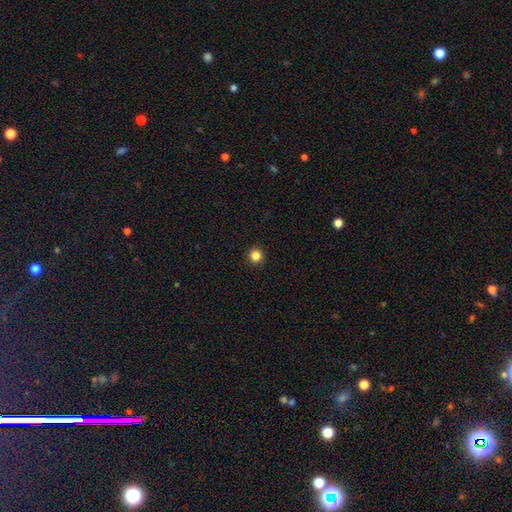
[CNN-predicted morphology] Smooth or featured? Predicted: smooth (p=0.84). How rounded? Predicted: round (p=0.94). Merging? Predicted: none (p=0.92).